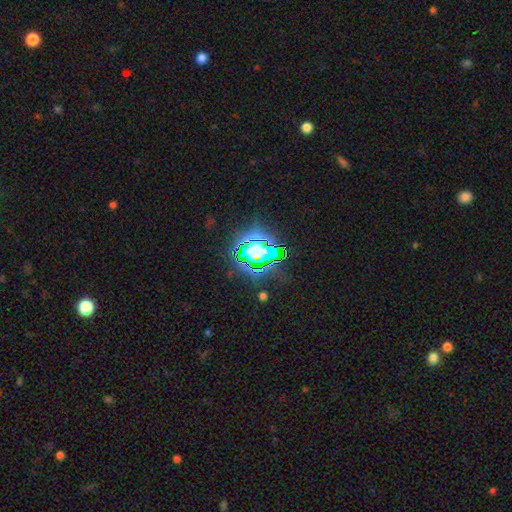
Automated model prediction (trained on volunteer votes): Overall: star or artifact (68%).